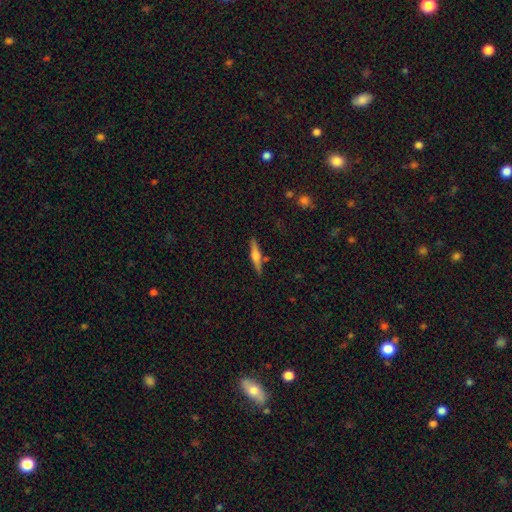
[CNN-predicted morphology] featured or disk 53%, smooth 40%, star or artifact 7%. Down the decision tree: edge-on disk — yes (96%); edge-on bulge — rounded (84%); merging — none (84%).